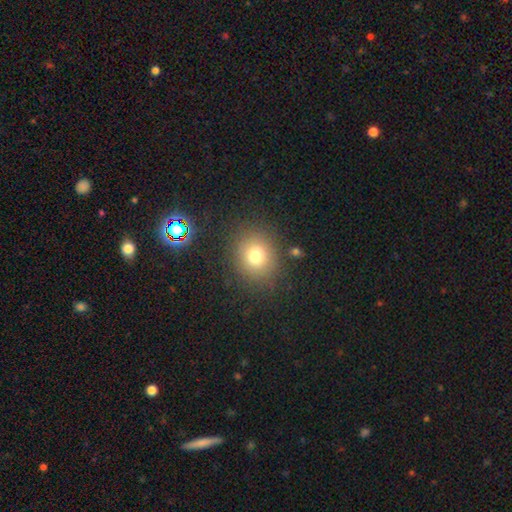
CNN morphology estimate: Smooth or featured? Predicted: smooth (p=0.75). How rounded? Predicted: round (p=0.73). Merging? Predicted: none (p=0.83).